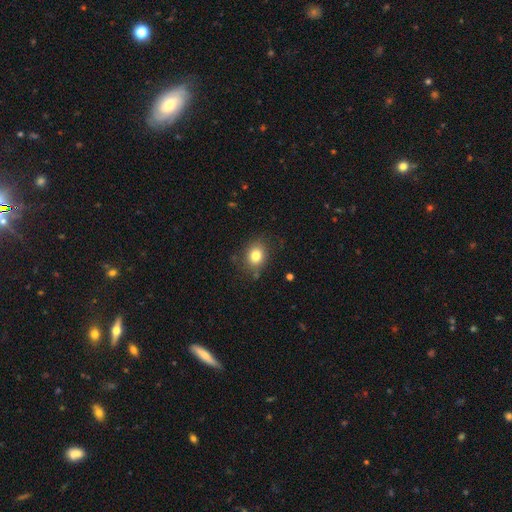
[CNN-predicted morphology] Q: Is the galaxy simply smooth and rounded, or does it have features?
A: smooth — 80%.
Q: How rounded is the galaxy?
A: round — 56%.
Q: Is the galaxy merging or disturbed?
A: none — 80%.